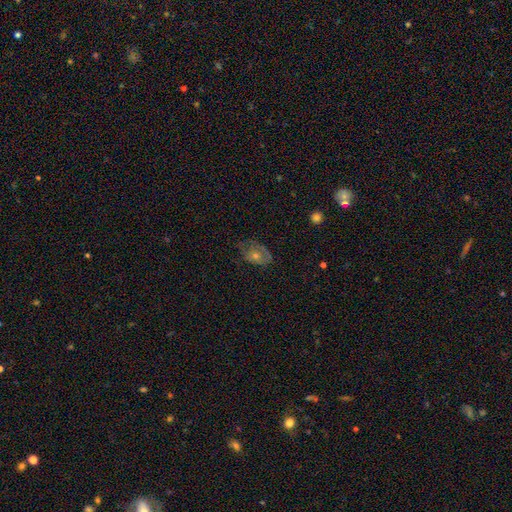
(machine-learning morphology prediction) smooth_or_featured: featured or disk (p=0.57) [alt: smooth p=0.29]
disk_edge_on: no (p=0.94) [alt: yes p=0.06]
bar: no (p=0.82) [alt: weak p=0.15]
has_spiral_arms: yes (p=0.59) [alt: no p=0.41]
bulge_size: moderate (p=0.56) [alt: small p=0.38]
merging: none (p=0.65) [alt: minor disturbance p=0.22]